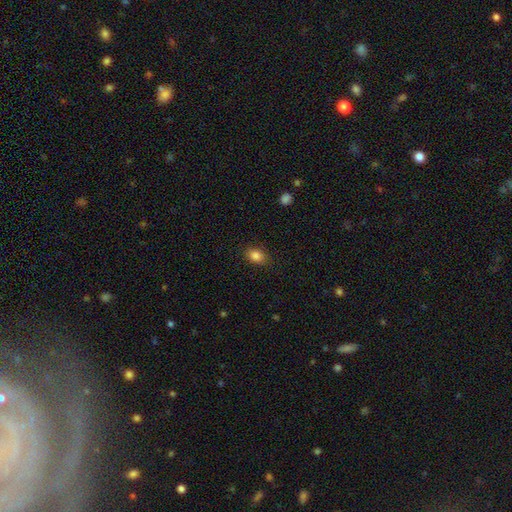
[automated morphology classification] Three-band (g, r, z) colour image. It shows a smooth galaxy with no disk features (85%) that is in between round and cigar-shaped (74%). Merging: none (87%).